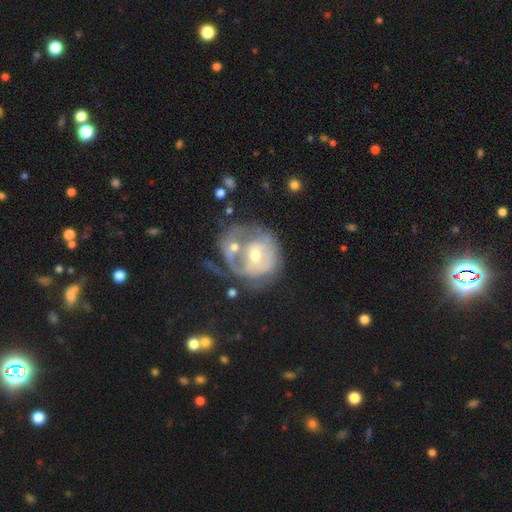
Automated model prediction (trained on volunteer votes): The model was most divided on "merging": merger: 40%, none: 28%, major disturbance: 17%, minor disturbance: 15%. More confident: edge-on disk — no (97%); bar — no (69%); bulge size — moderate (63%); smooth or featured — featured or disk (61%); spiral arms — no (57%).